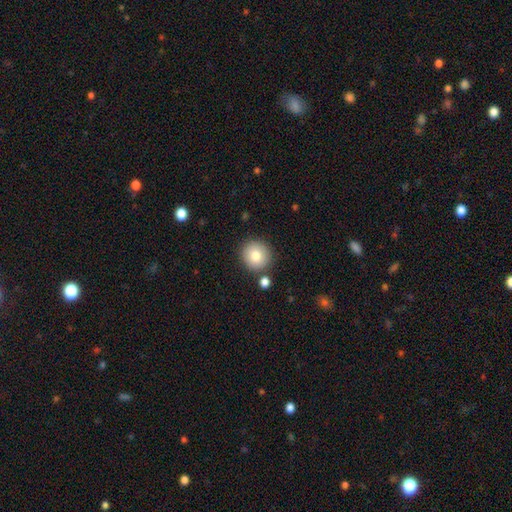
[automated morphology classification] Smooth or featured: smooth — 80% (featured or disk — 11%)
How rounded: round — 92% (in between — 7%)
Merging: none — 83% (minor disturbance — 8%)